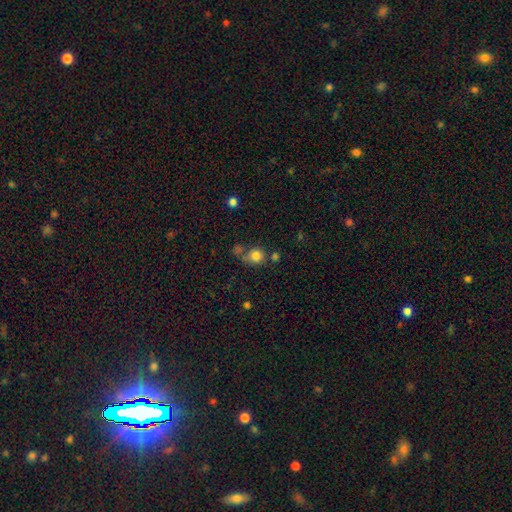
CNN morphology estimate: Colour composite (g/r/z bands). It shows a smooth galaxy with no disk features (80%) that is round (84%). Merging: none (52%).